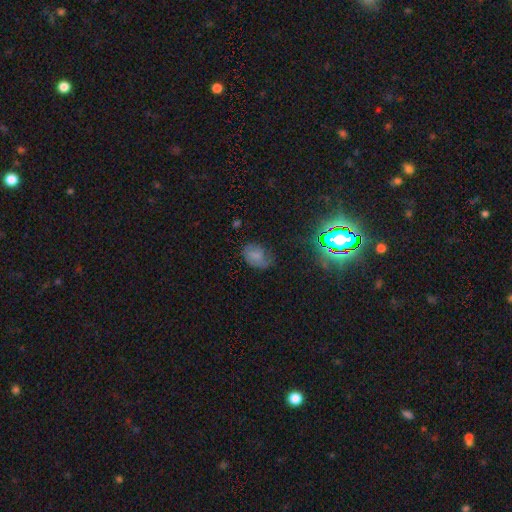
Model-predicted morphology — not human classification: Smooth or featured? smooth (64%)
How rounded? in between (74%)
Merging? none (55%)